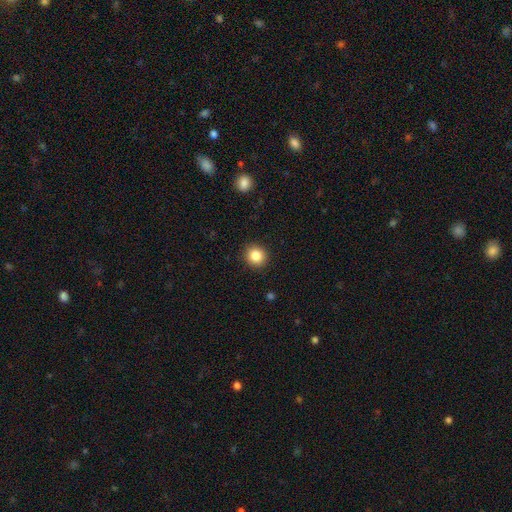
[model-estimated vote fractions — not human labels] This is clearly a smooth galaxy (85%). How rounded: clearly round (89%). Merging: clearly none (91%).